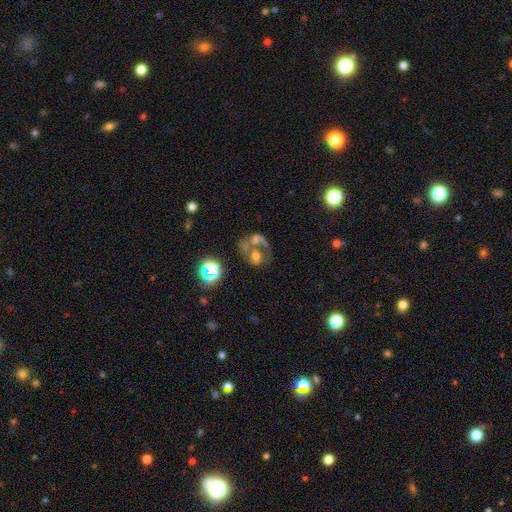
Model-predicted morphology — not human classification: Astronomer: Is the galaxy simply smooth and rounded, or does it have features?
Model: featured or disk — 45% (runner-up: smooth, 37%).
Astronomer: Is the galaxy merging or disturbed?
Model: merger — 50%.